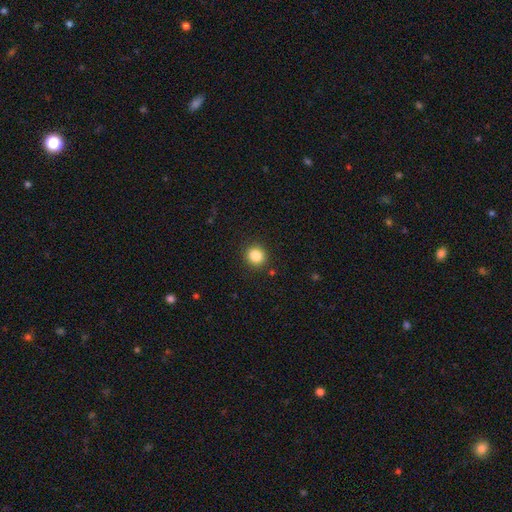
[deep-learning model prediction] smooth 85%, star or artifact 11%, featured or disk 4%. Down the decision tree: how rounded — round (88%); merging — none (90%).